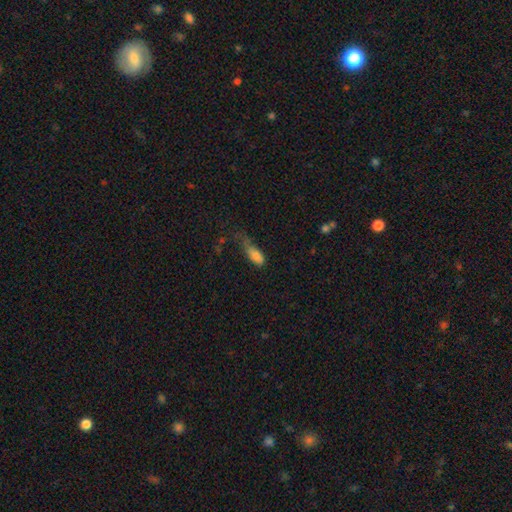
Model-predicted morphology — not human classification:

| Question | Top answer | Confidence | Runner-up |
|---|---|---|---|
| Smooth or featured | smooth | 82% | featured or disk (10%) |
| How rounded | in between | 78% | cigar-shaped (19%) |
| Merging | minor disturbance | 37% | major disturbance (36%) |